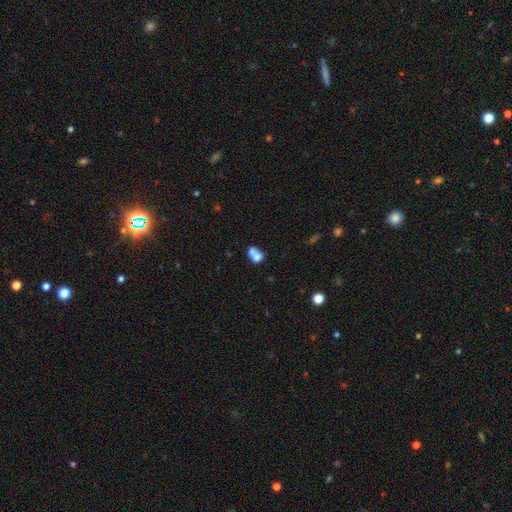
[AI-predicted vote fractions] A smooth galaxy with no disk features (69%) that is round (50%).

Vote fractions:
- Smooth or featured? smooth: 69% / featured or disk: 20% / star or artifact: 11%
- How rounded? round: 50% / in between: 48% / cigar-shaped: 1%
- Merging? merger: 64% / none: 23% / minor disturbance: 8% / major disturbance: 6%